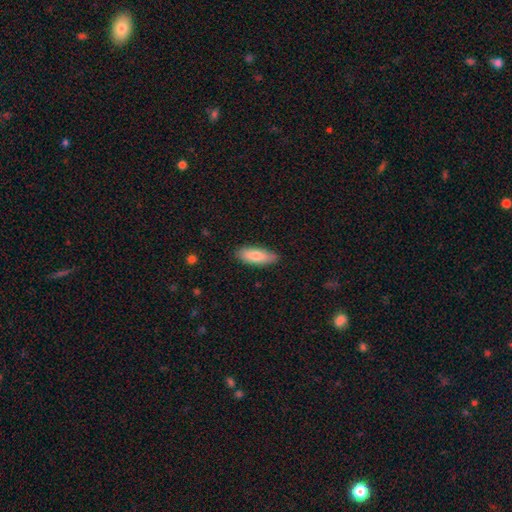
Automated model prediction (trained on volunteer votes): A smooth galaxy with no disk features (78%) that is in between round and cigar-shaped (68%).

Vote fractions:
- Smooth or featured? smooth: 78% / featured or disk: 16% / star or artifact: 6%
- How rounded? in between: 68% / cigar-shaped: 30% / round: 2%
- Merging? none: 84% / minor disturbance: 12% / major disturbance: 2% / merger: 1%